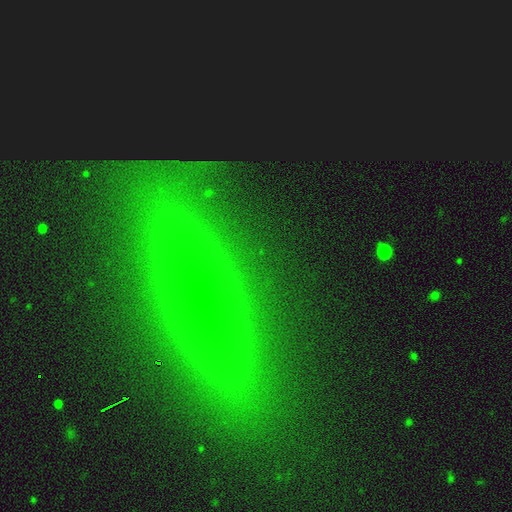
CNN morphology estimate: A featured or disk galaxy (52%) viewed edge-on (72%). Merging: none (77%).